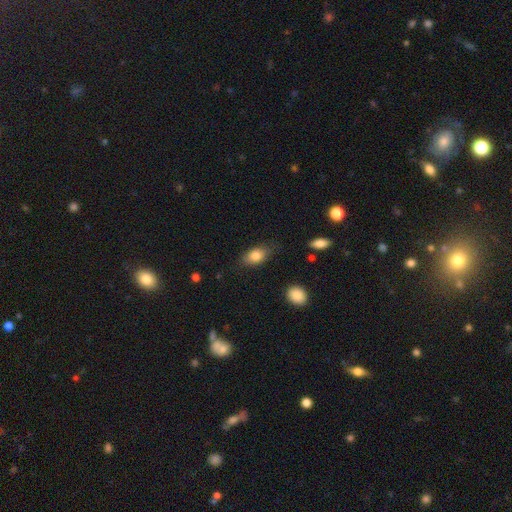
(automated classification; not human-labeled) A smooth galaxy with no disk features (82%) that is in between round and cigar-shaped (85%). Merging: none (74%).